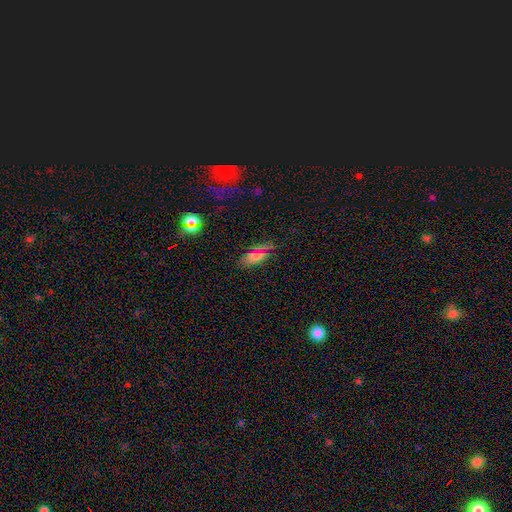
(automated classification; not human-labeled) A smooth galaxy with no disk features (71%) that is in between round and cigar-shaped (84%).

Vote fractions:
- Smooth or featured? smooth: 71% / star or artifact: 18% / featured or disk: 11%
- How rounded? in between: 84% / cigar-shaped: 12% / round: 4%
- Merging? none: 81% / minor disturbance: 14% / major disturbance: 4% / merger: 2%